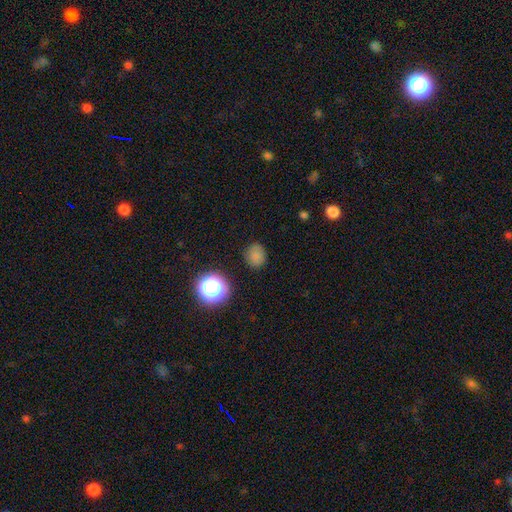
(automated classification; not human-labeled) Smooth or featured?
  - smooth: 78% *
  - star or artifact: 17%
  - featured or disk: 6%
How rounded?
  - round: 78% *
  - in between: 21%
  - cigar-shaped: 1%
Merging?
  - none: 83% *
  - minor disturbance: 11%
  - major disturbance: 3%
  - merger: 2%